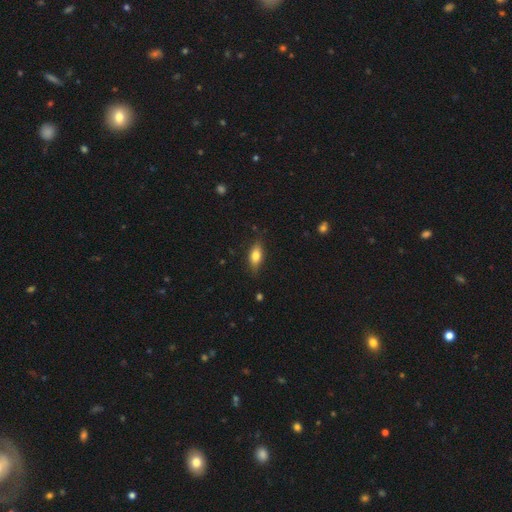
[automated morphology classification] type=smooth (70%); roundness=in between (79%); merging=none (79%).